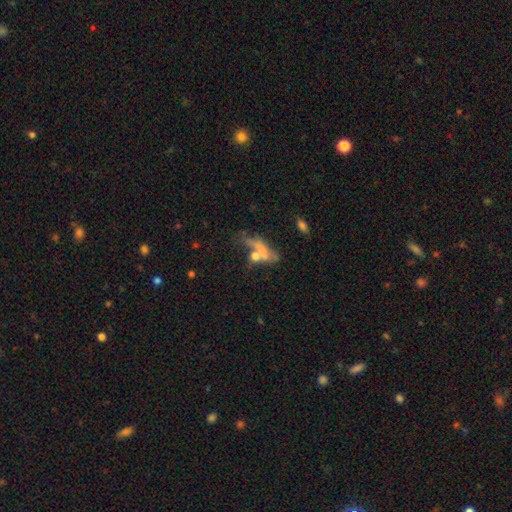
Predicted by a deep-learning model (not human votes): Smooth or featured? Predicted: smooth (p=0.46). Merging? Predicted: merger (p=0.36).